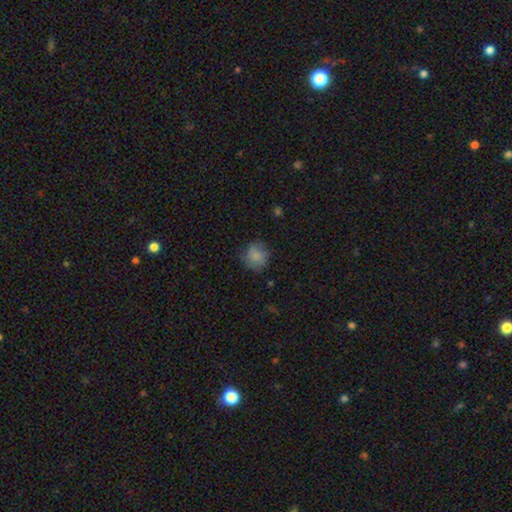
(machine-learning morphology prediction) Q: Smooth or featured?
A: smooth (82%); runner-up: star or artifact (9%)
Q: How rounded?
A: round (86%); runner-up: in between (13%)
Q: Merging?
A: none (74%); runner-up: minor disturbance (19%)